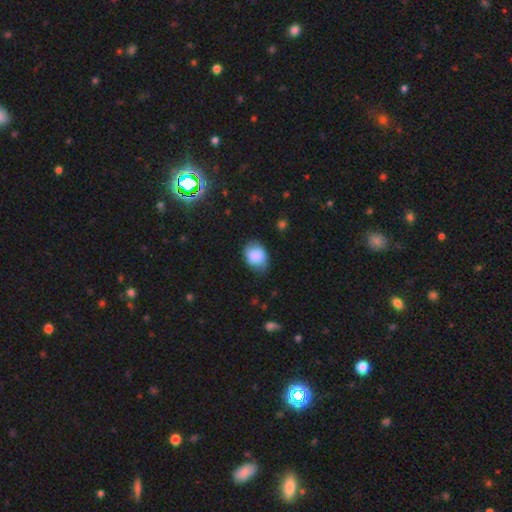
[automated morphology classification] Smooth or featured?
  - smooth: 84% *
  - featured or disk: 9%
  - star or artifact: 7%
How rounded?
  - in between: 75% *
  - round: 24%
  - cigar-shaped: 1%
Merging?
  - none: 71% *
  - minor disturbance: 23%
  - major disturbance: 5%
  - merger: 1%